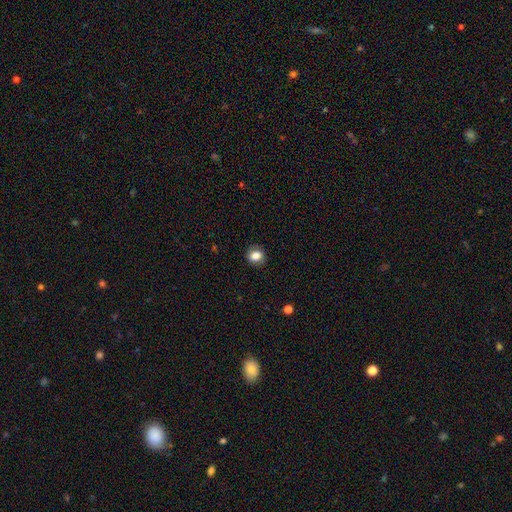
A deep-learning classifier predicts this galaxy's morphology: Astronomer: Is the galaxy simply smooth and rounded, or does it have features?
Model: smooth — 81%.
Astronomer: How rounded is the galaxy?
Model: round — 70%.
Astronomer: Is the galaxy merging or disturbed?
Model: none — 86%.